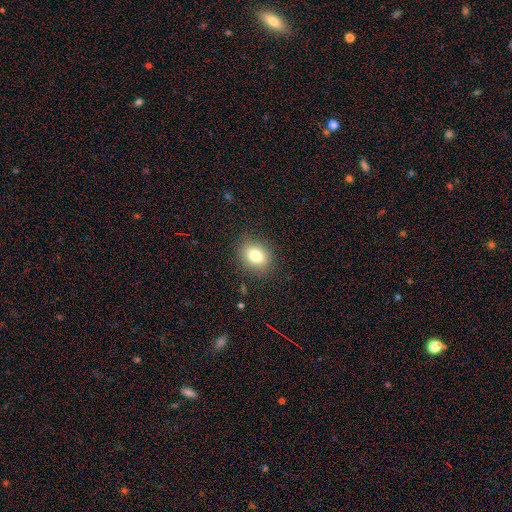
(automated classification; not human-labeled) Q: Smooth or featured?
A: smooth (80%); runner-up: star or artifact (11%)
Q: How rounded?
A: in between (51%); runner-up: round (48%)
Q: Merging?
A: none (86%); runner-up: minor disturbance (10%)